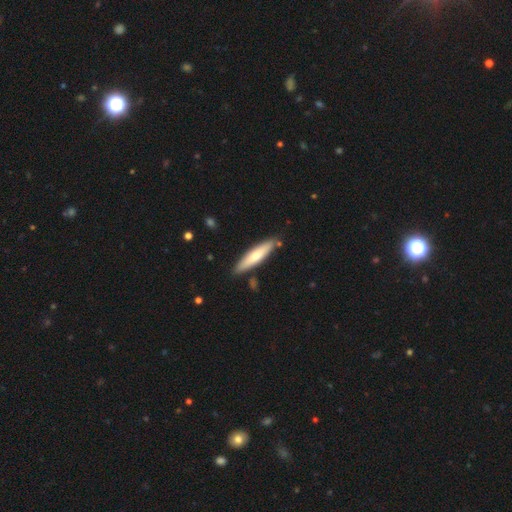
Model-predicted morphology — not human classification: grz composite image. It shows a smooth galaxy with no disk features (67%) that is cigar-shaped (81%). Merging: none (85%).